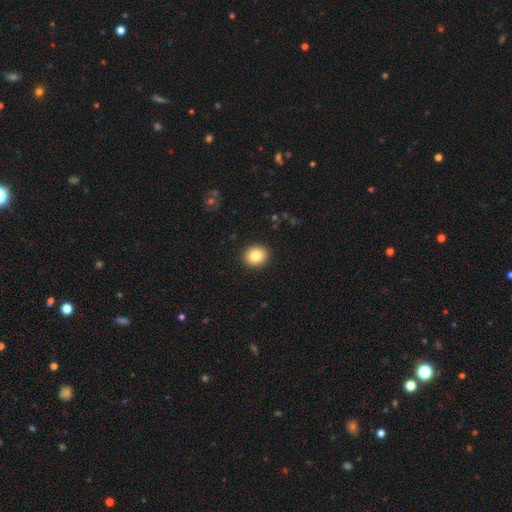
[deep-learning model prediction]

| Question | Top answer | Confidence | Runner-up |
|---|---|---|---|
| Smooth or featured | smooth | 85% | star or artifact (9%) |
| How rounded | round | 74% | in between (25%) |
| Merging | none | 92% | minor disturbance (6%) |